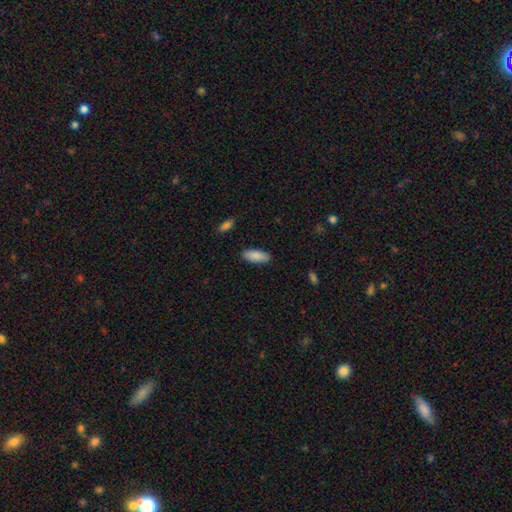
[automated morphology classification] smooth 88%, star or artifact 6%, featured or disk 6%. Down the decision tree: how rounded — in between (77%); merging — none (88%).